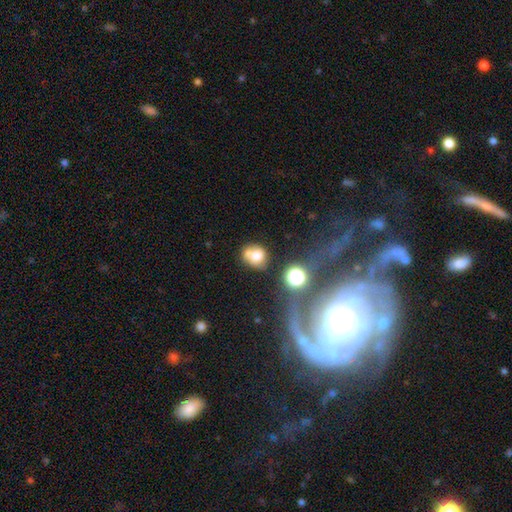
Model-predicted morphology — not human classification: A smooth galaxy with no disk features (68%) that is round (67%). Merging: none (41%).